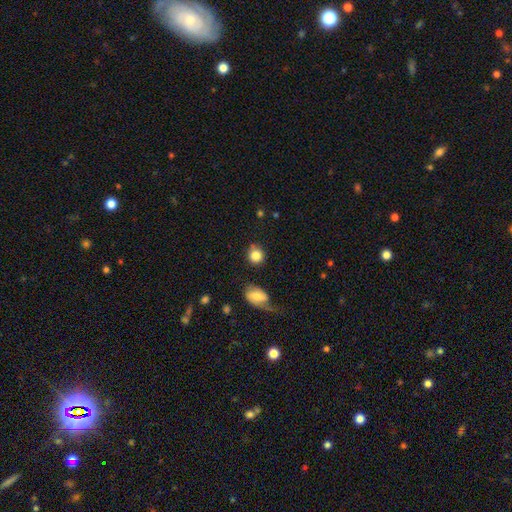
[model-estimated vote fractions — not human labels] This is clearly a smooth galaxy (84%). How rounded: clearly round (83%). Merging: likely none (71%).